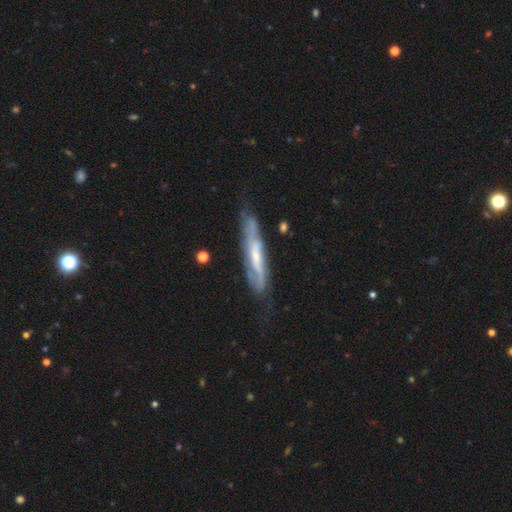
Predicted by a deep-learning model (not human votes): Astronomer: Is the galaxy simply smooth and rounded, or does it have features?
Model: featured or disk — 76%.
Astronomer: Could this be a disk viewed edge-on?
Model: no — 57% (runner-up: yes, 43%).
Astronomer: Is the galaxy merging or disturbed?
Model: none — 63%.